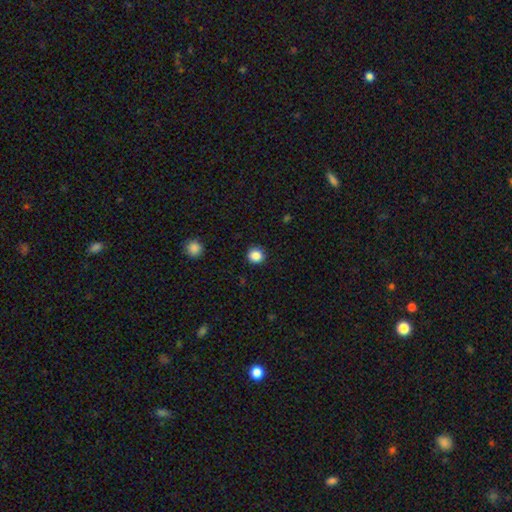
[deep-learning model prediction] This appears to be a smooth galaxy with no disk features (87%) that is round (93%). Merging: none (91%).